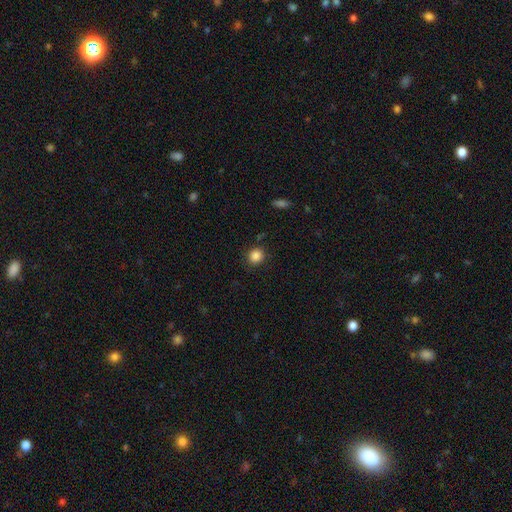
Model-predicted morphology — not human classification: The model was most divided on "how rounded": round: 86%, in between: 13%, cigar-shaped: 1%. More confident: merging — none (86%); smooth or featured — smooth (86%).